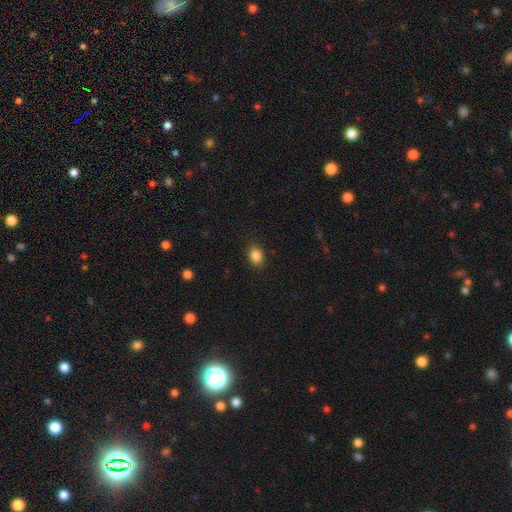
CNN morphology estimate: The model was most divided on "how rounded": in between: 64%, round: 35%, cigar-shaped: 1%. More confident: merging — none (88%); smooth or featured — smooth (86%).